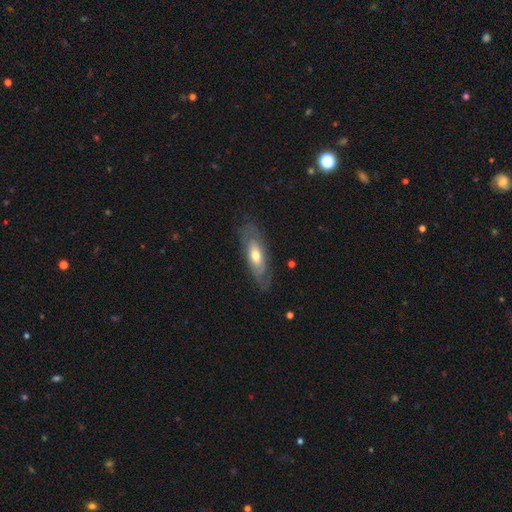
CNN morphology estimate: Smooth or featured?
  - featured or disk: 53% *
  - smooth: 41%
  - star or artifact: 6%
Edge-on disk?
  - no: 73% *
  - yes: 27%
Merging?
  - none: 74% *
  - minor disturbance: 18%
  - major disturbance: 7%
  - merger: 1%